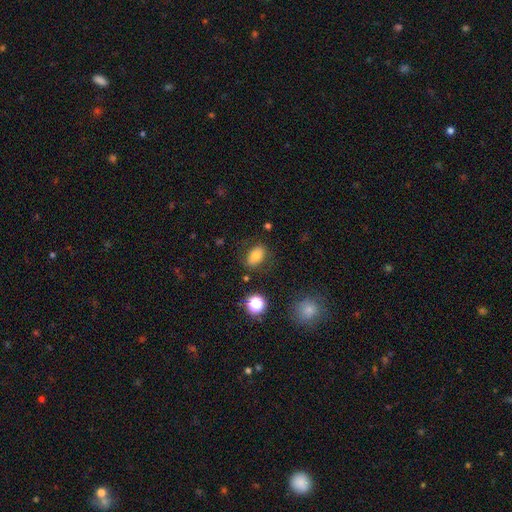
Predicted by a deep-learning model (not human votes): Smooth or featured: smooth — 72% (featured or disk — 15%)
How rounded: in between — 83% (round — 15%)
Merging: none — 78% (minor disturbance — 14%)